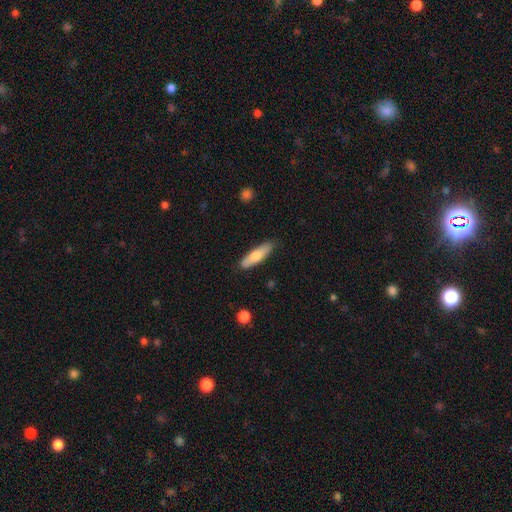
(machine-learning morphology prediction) Smooth or featured: smooth — 68% (featured or disk — 27%)
How rounded: cigar-shaped — 64% (in between — 34%)
Merging: none — 85% (minor disturbance — 11%)